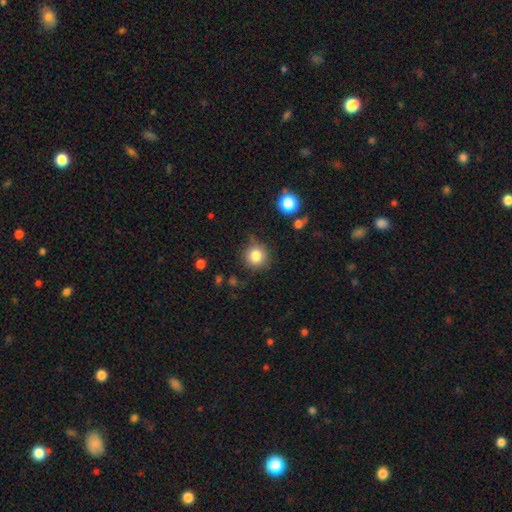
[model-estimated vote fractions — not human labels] smooth_or_featured: smooth (p=0.82) [alt: star or artifact p=0.11]
how_rounded: round (p=0.93) [alt: in between p=0.06]
merging: none (p=0.81) [alt: minor disturbance p=0.12]